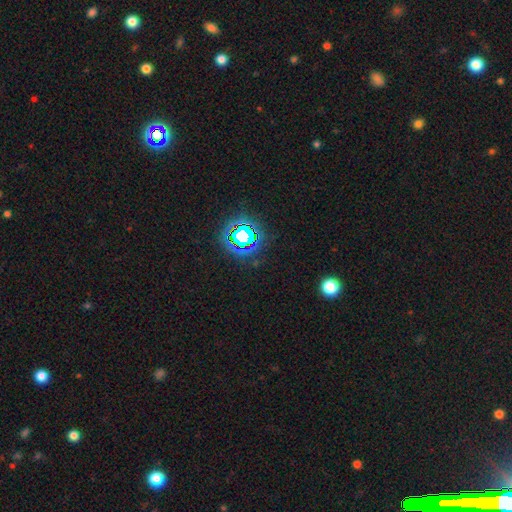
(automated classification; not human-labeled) star or artifact 77%, smooth 15%, featured or disk 8%.